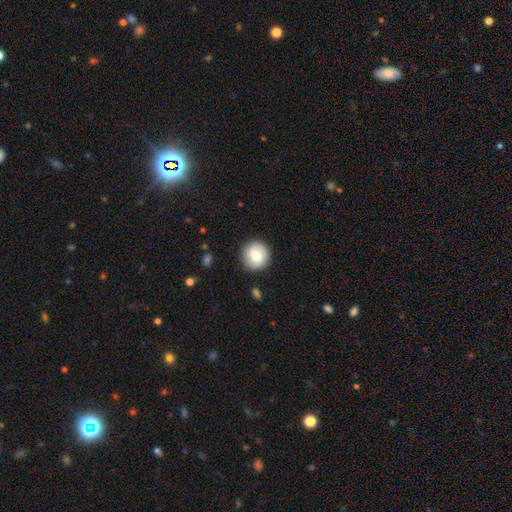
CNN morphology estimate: The model was most divided on "smooth or featured": smooth: 71%, featured or disk: 22%, star or artifact: 7%. More confident: how rounded — round (91%); merging — none (88%).